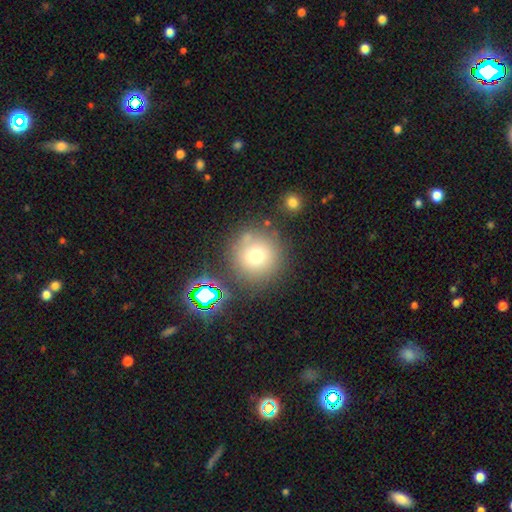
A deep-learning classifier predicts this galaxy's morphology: smooth 70%, star or artifact 18%, featured or disk 12%. Down the decision tree: how rounded — round (94%); merging — none (78%).